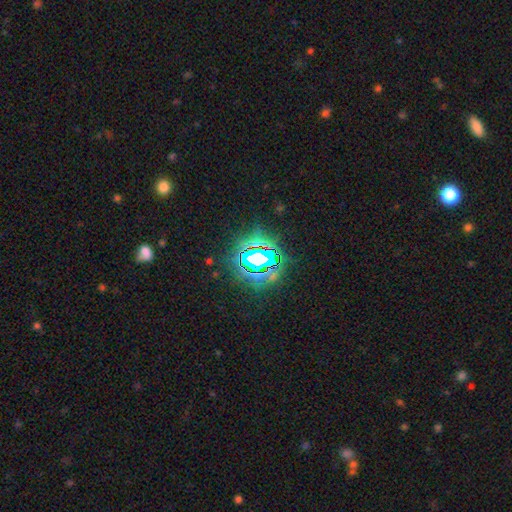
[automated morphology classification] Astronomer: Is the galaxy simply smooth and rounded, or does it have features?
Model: star or artifact — 79%.